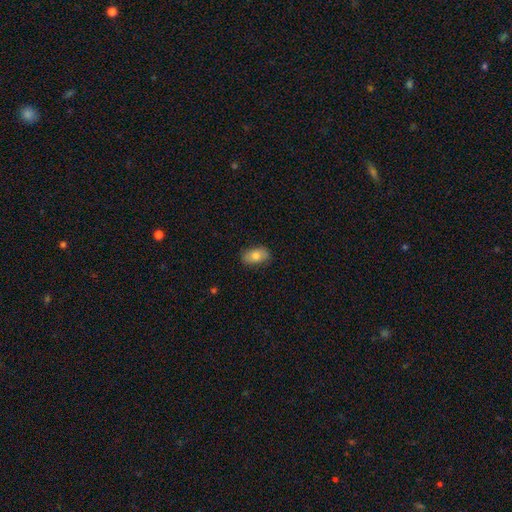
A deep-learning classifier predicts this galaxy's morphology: Q: Smooth or featured?
A: smooth (81%); runner-up: featured or disk (11%)
Q: How rounded?
A: in between (91%); runner-up: round (7%)
Q: Merging?
A: none (85%); runner-up: minor disturbance (12%)